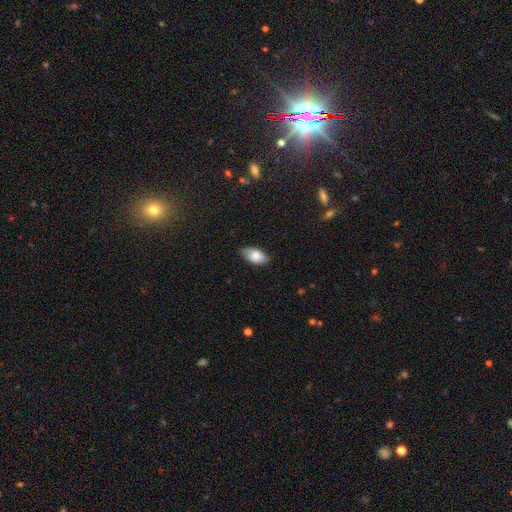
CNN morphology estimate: Smooth or featured? Predicted: smooth (p=0.80). How rounded? Predicted: in between (p=0.93). Merging? Predicted: none (p=0.80).